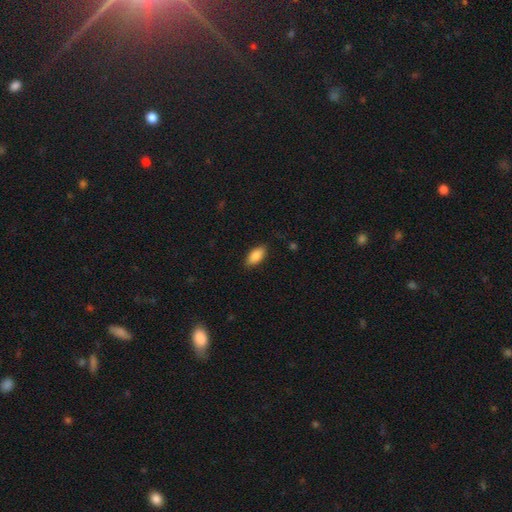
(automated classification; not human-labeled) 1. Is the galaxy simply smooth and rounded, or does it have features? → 87% smooth, 7% star or artifact, 6% featured or disk.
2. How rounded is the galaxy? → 91% in between, 7% cigar-shaped, 2% round.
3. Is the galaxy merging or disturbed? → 85% none, 11% minor disturbance, 2% major disturbance, 1% merger.